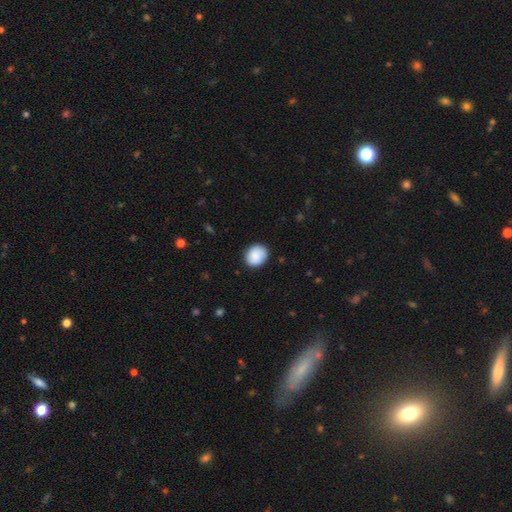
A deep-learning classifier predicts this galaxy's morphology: This is clearly a smooth galaxy (86%). How rounded: likely round (73%). Merging: clearly none (87%).